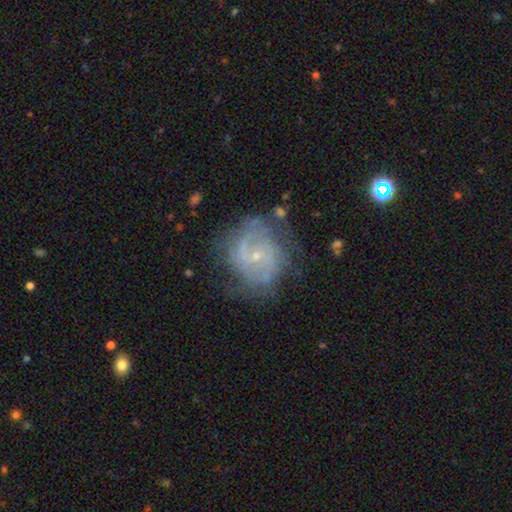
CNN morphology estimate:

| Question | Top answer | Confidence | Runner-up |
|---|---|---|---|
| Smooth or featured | featured or disk | 77% | smooth (15%) |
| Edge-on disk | no | 97% | yes (3%) |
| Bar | no | 57% | weak (35%) |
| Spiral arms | yes | 86% | no (14%) |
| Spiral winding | tight | 44% | medium (41%) |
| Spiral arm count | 2 | 43% | can't tell (34%) |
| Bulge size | small | 80% | moderate (16%) |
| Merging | none | 64% | minor disturbance (21%) |